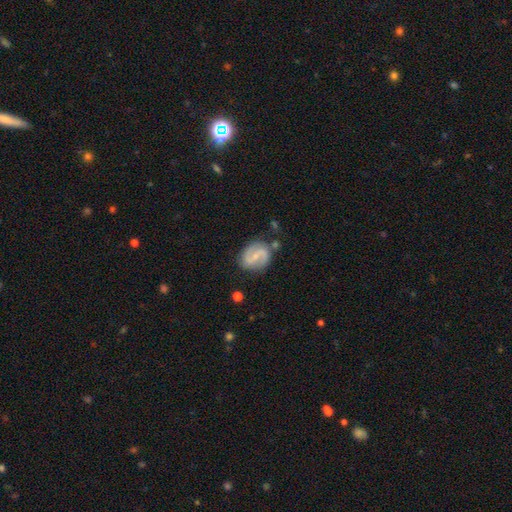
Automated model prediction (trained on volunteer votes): Smooth or featured? featured or disk (79%)
Edge-on disk? no (98%)
Bar? weak (51%)
Spiral arms? yes (94%)
Spiral winding? medium (50%)
Spiral arm count? 2 (90%)
Bulge size? small (64%)
Merging? none (74%)